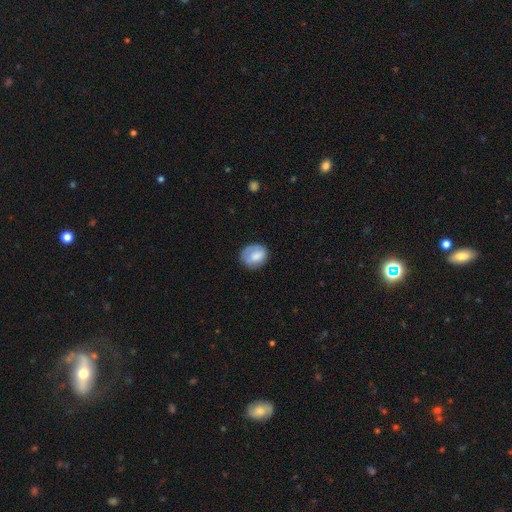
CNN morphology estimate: This is likely a smooth galaxy (75%). How rounded: possibly round (58%). Merging: likely none (65%).